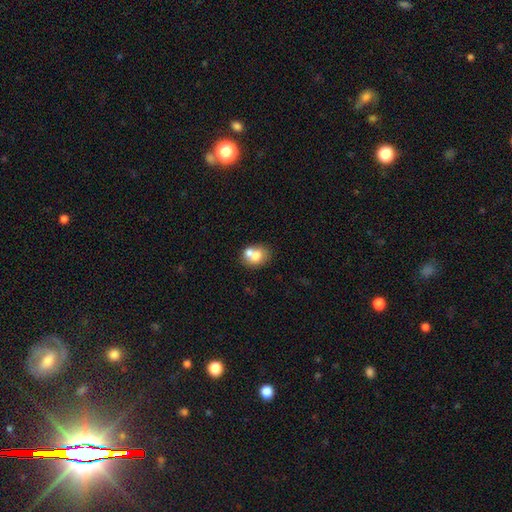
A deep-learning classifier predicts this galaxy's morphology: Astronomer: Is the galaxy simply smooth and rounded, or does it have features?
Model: smooth — 70%.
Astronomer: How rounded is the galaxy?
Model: in between — 51% (runner-up: round, 48%).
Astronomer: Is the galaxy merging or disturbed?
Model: merger — 45% (runner-up: none, 41%).